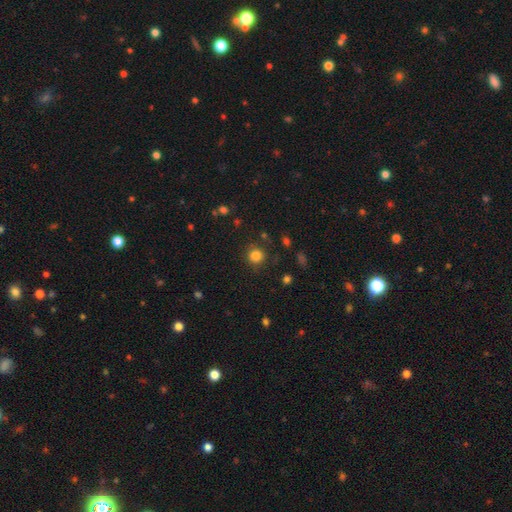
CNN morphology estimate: smooth_or_featured: smooth (p=0.82) [alt: star or artifact p=0.13]
how_rounded: round (p=0.92) [alt: in between p=0.07]
merging: none (p=0.86) [alt: minor disturbance p=0.08]